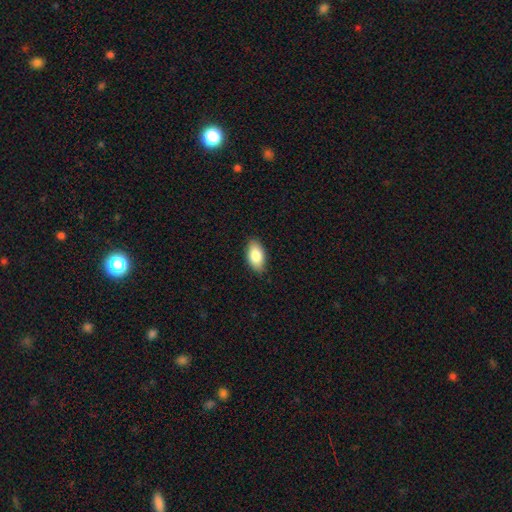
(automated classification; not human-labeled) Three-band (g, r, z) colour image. It shows a smooth galaxy with no disk features (84%) that is in between round and cigar-shaped (94%). Merging: none (86%).